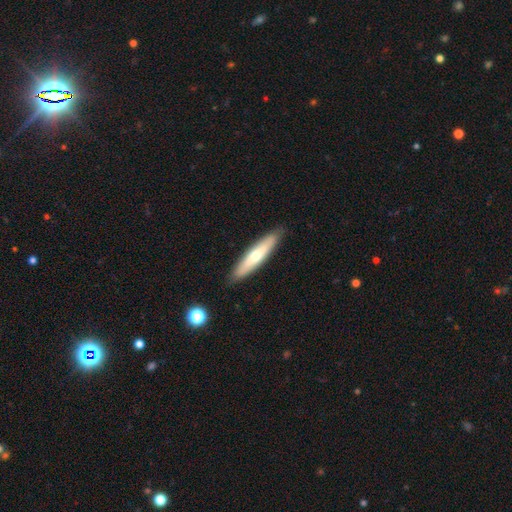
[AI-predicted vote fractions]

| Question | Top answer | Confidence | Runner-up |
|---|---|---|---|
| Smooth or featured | smooth | 56% | featured or disk (39%) |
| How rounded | cigar-shaped | 83% | in between (16%) |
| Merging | none | 89% | minor disturbance (8%) |